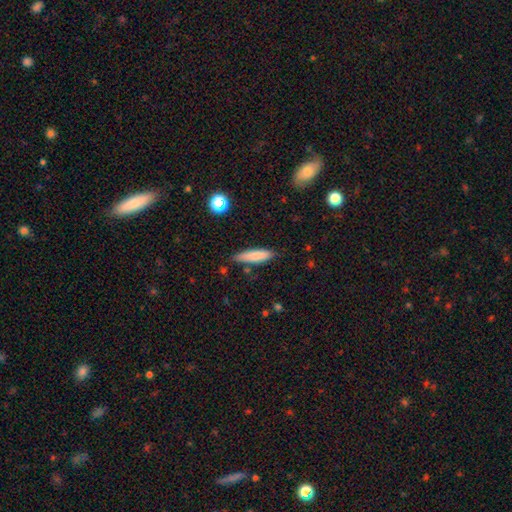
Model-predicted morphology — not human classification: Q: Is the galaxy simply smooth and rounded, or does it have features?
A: smooth — 81%.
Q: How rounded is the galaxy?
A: cigar-shaped — 74%.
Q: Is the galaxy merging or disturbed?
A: none — 78%.